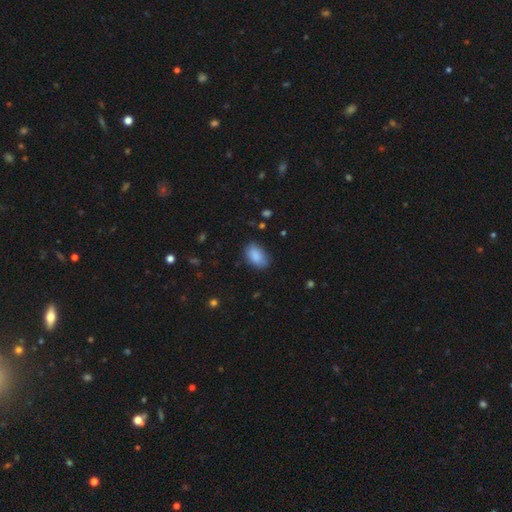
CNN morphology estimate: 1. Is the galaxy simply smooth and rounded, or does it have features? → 87% smooth, 7% star or artifact, 6% featured or disk.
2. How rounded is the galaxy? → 90% in between, 8% round, 2% cigar-shaped.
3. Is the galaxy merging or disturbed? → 75% none, 19% minor disturbance, 4% major disturbance, 1% merger.